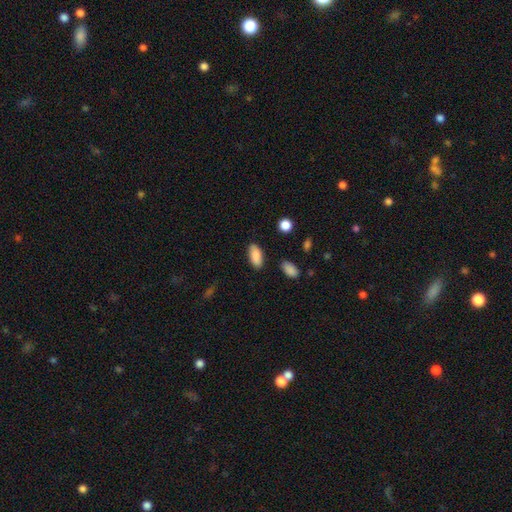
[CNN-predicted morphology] The model was most divided on "merging": none: 85%, minor disturbance: 10%, major disturbance: 3%, merger: 2%. More confident: how rounded — in between (89%); smooth or featured — smooth (88%).